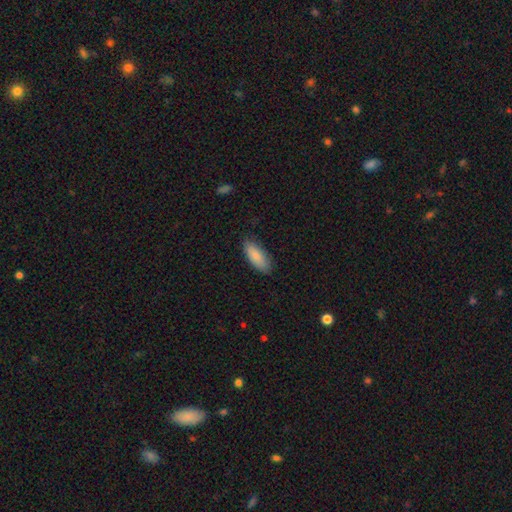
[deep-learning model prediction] Smooth or featured: smooth — 87% (featured or disk — 7%)
How rounded: in between — 80% (cigar-shaped — 18%)
Merging: none — 81% (minor disturbance — 15%)